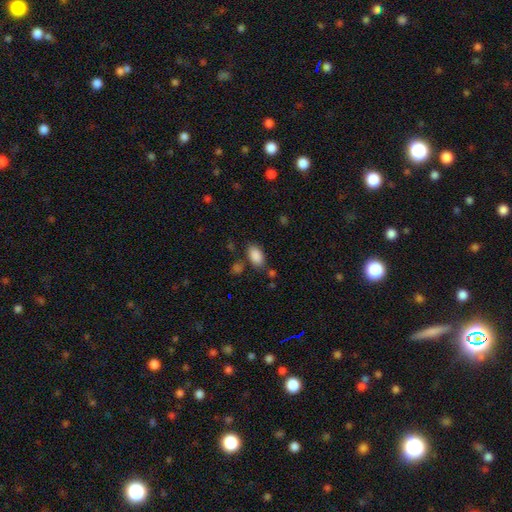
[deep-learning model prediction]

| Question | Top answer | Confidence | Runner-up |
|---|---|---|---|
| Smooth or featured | smooth | 88% | star or artifact (8%) |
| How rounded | in between | 92% | round (6%) |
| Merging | none | 77% | minor disturbance (13%) |